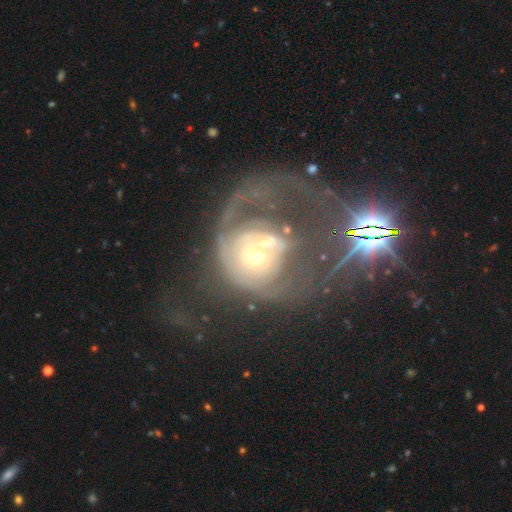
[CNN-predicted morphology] This appears to be a featured or disk galaxy (63%) with no bar (82%), spiral arms (54%) and a moderate central bulge (55%). Merging: major disturbance (45%).